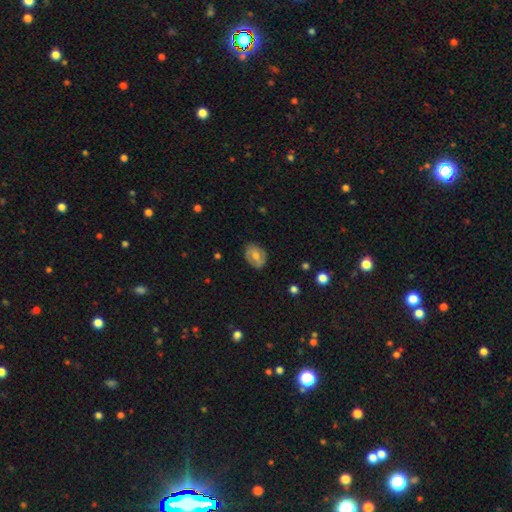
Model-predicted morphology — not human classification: Smooth or featured: smooth — 51% (featured or disk — 41%)
How rounded: in between — 68% (round — 31%)
Merging: none — 80% (minor disturbance — 15%)